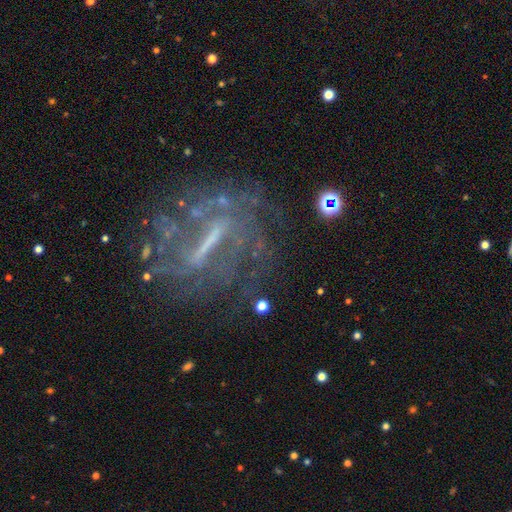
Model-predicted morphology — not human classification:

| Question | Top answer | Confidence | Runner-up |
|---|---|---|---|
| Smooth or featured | featured or disk | 71% | star or artifact (17%) |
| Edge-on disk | no | 77% | yes (23%) |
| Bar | strong | 64% | weak (22%) |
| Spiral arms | yes | 54% | no (46%) |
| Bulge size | none | 51% | small (28%) |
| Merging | none | 64% | major disturbance (17%) |